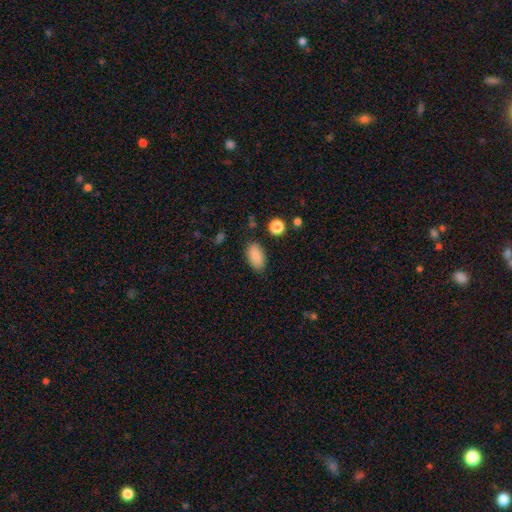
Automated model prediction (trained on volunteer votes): Smooth or featured? smooth (87%)
How rounded? in between (93%)
Merging? none (85%)